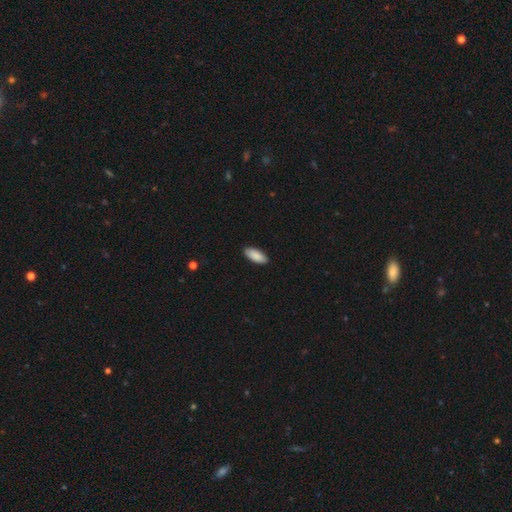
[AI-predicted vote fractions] This is clearly a smooth galaxy (90%). How rounded: clearly in between (86%). Merging: clearly none (90%).